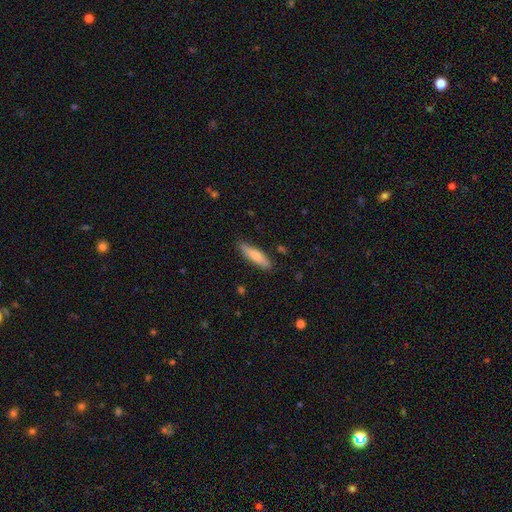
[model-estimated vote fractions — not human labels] smooth-or-featured: smooth: 78% | featured or disk: 17% | star or artifact: 6%
  how-rounded: cigar-shaped: 70% | in between: 29% | round: 2%
  merging: none: 84% | minor disturbance: 12% | major disturbance: 2% | merger: 2%